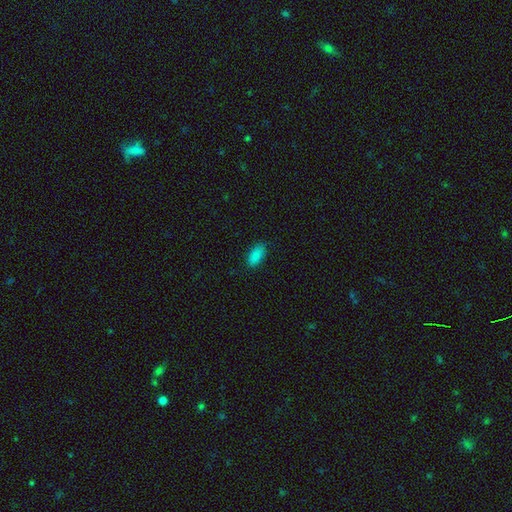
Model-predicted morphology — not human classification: smooth 87%, star or artifact 9%, featured or disk 5%. Down the decision tree: how rounded — in between (90%); merging — none (83%).